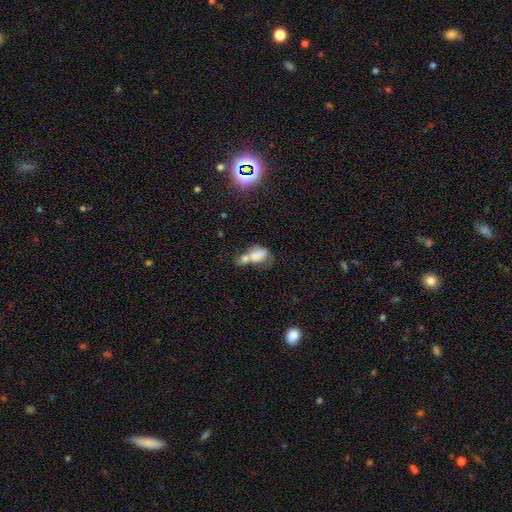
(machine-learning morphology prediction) This is likely a smooth galaxy (68%). How rounded: likely in between (80%). Merging: likely merger (62%).